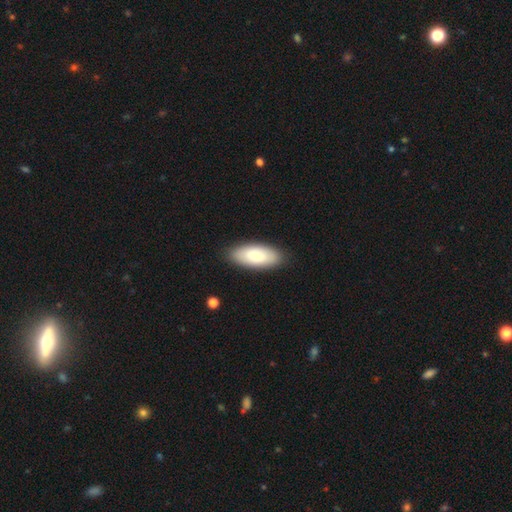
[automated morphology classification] This is clearly a smooth galaxy (84%). How rounded: clearly in between (86%). Merging: clearly none (88%).